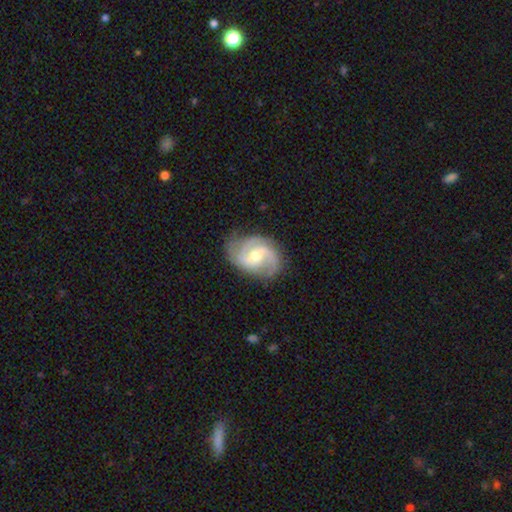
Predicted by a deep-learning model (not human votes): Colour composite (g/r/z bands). It shows a featured or disk galaxy (85%) with a weak bar (53%), 2 (60%) medium (51%) spiral arms (96%) and a moderate central bulge (64%). Merging: none (73%).